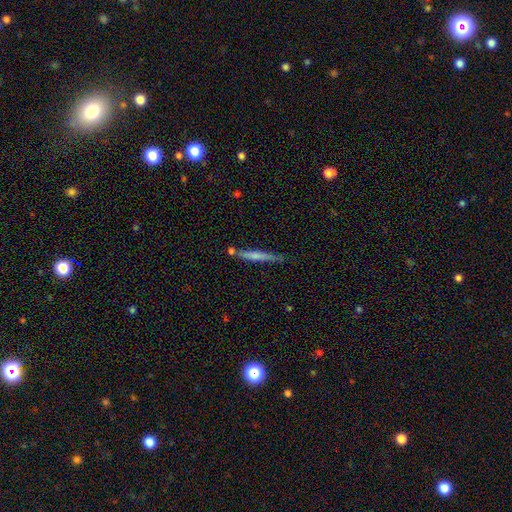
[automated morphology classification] This is possibly a smooth galaxy (54%). How rounded: clearly cigar-shaped (95%). Merging: likely none (72%).